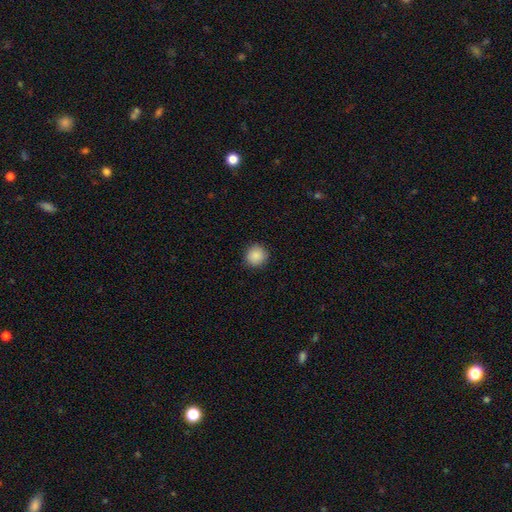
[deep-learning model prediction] Smooth or featured?
  - smooth: 89% *
  - star or artifact: 9%
  - featured or disk: 3%
How rounded?
  - round: 93% *
  - in between: 6%
  - cigar-shaped: 1%
Merging?
  - none: 91% *
  - minor disturbance: 6%
  - major disturbance: 2%
  - merger: 1%